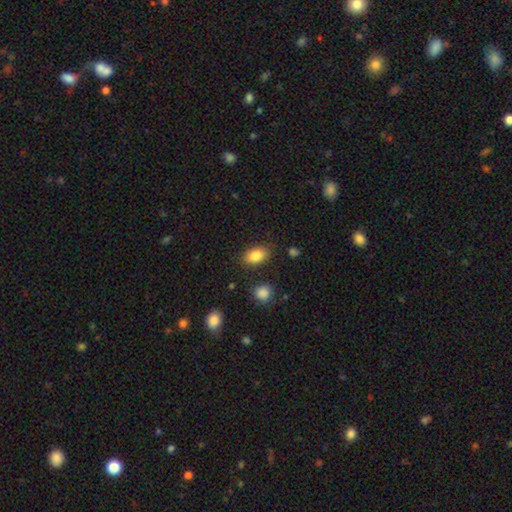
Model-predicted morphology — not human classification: This is clearly a smooth galaxy (85%). How rounded: clearly in between (88%). Merging: clearly none (83%).